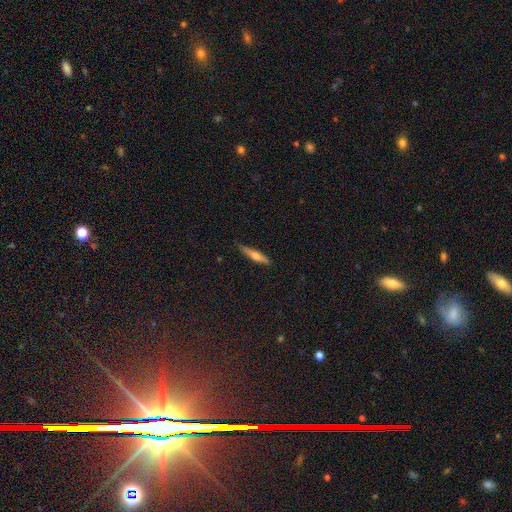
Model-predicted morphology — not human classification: Smooth or featured?
  - featured or disk: 47% *
  - smooth: 46%
  - star or artifact: 7%
Merging?
  - none: 85% *
  - minor disturbance: 12%
  - major disturbance: 2%
  - merger: 1%